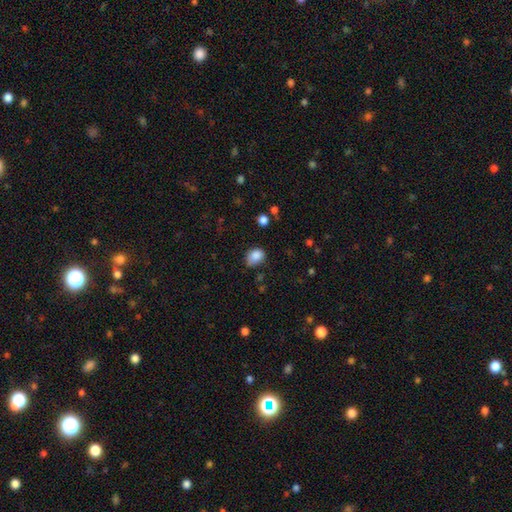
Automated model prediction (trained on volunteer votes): A smooth galaxy with no disk features (85%) that is in between round and cigar-shaped (61%).

Vote fractions:
- Smooth or featured? smooth: 85% / star or artifact: 10% / featured or disk: 5%
- How rounded? in between: 61% / round: 38% / cigar-shaped: 1%
- Merging? none: 59% / minor disturbance: 31% / major disturbance: 7% / merger: 3%